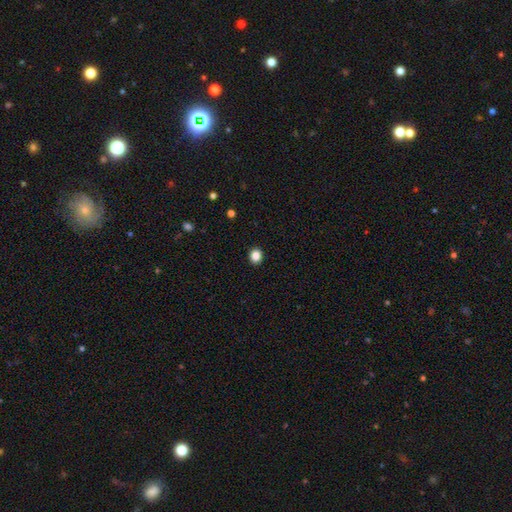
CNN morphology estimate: This is clearly a smooth galaxy (85%). How rounded: likely round (74%). Merging: clearly none (92%).